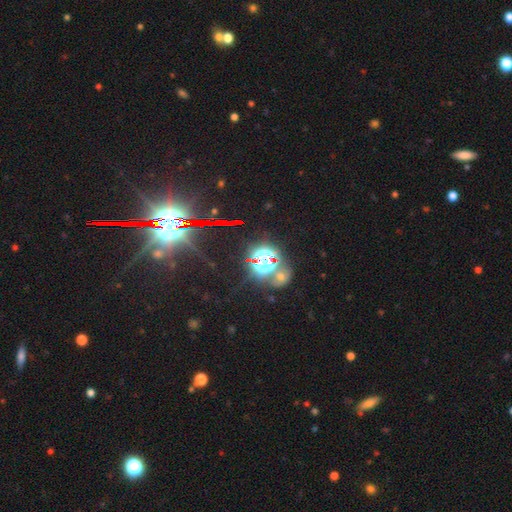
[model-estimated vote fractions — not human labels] smooth_or_featured: star or artifact (p=0.69) [alt: smooth p=0.19]